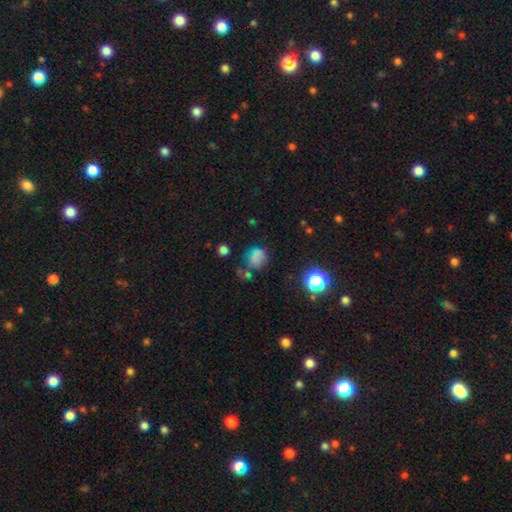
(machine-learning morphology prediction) Smooth or featured? smooth (60%)
How rounded? round (65%)
Merging? none (48%)